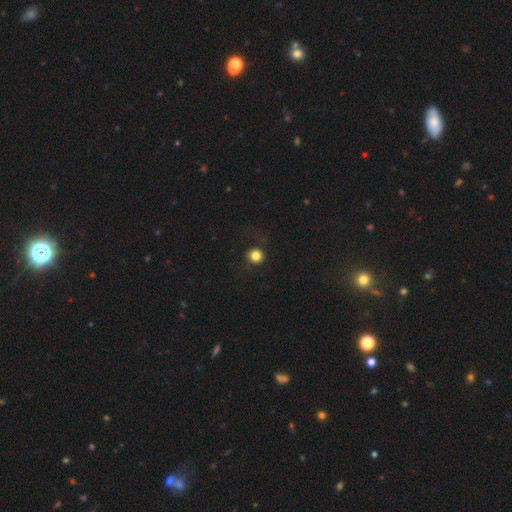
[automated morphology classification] Smooth or featured: smooth — 82% (star or artifact — 12%)
How rounded: round — 92% (in between — 7%)
Merging: none — 84% (minor disturbance — 10%)